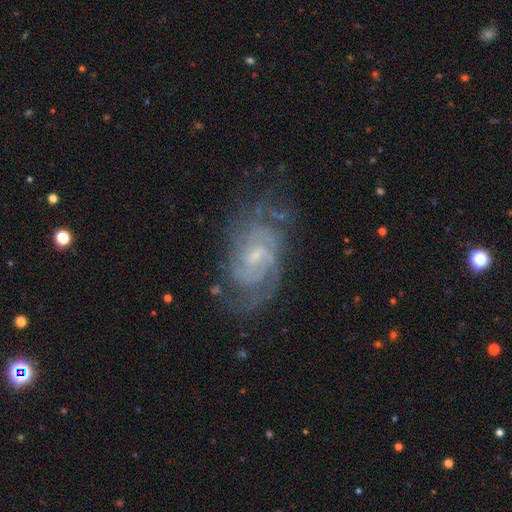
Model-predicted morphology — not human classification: Overall: featured or disk (87%). Edge-on disk: no (97%). Bar: weak (53%; no 37%). Spiral arms: yes (97%). Spiral arm count: 2 (35%; can't tell 29%). Spiral winding: tight (59%; medium 35%). Bulge size: small (64%; moderate 26%). Merging: none (70%).